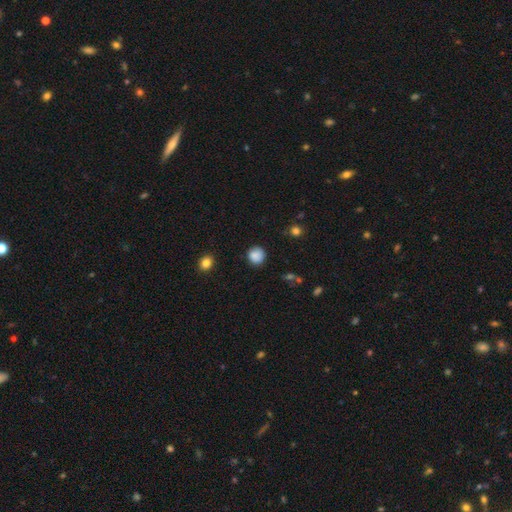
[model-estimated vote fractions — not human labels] The model was most divided on "merging": none: 86%, minor disturbance: 10%, major disturbance: 3%, merger: 2%. More confident: how rounded — round (89%); smooth or featured — smooth (86%).